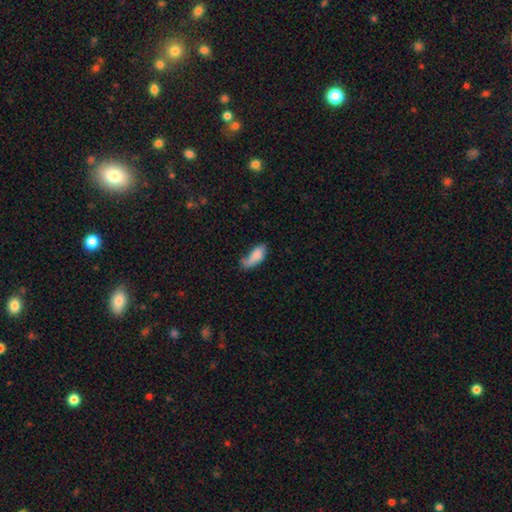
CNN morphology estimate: smooth 78%, featured or disk 15%, star or artifact 8%. Down the decision tree: how rounded — in between (80%); merging — none (37%).